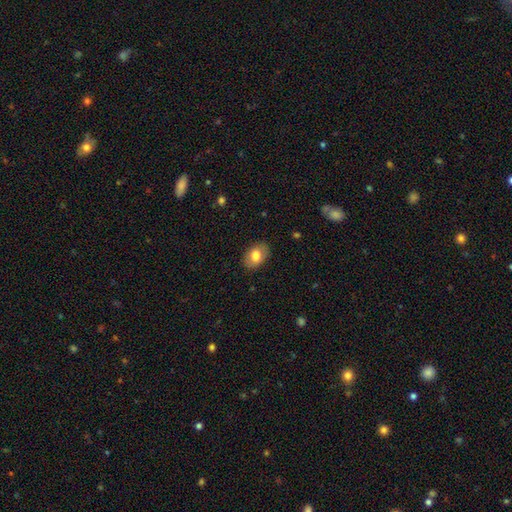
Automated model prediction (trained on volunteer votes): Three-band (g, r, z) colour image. It shows a smooth galaxy with no disk features (78%) that is in between round and cigar-shaped (83%). Merging: none (86%).